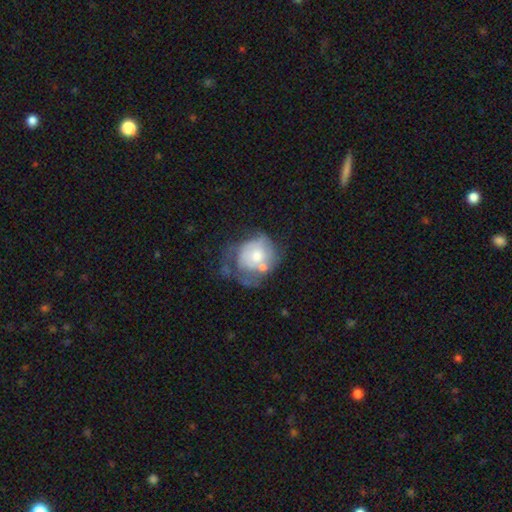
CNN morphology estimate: Q: Smooth or featured?
A: featured or disk (51%); runner-up: smooth (41%)
Q: Edge-on disk?
A: no (97%); runner-up: yes (3%)
Q: Merging?
A: major disturbance (34%); runner-up: none (26%)